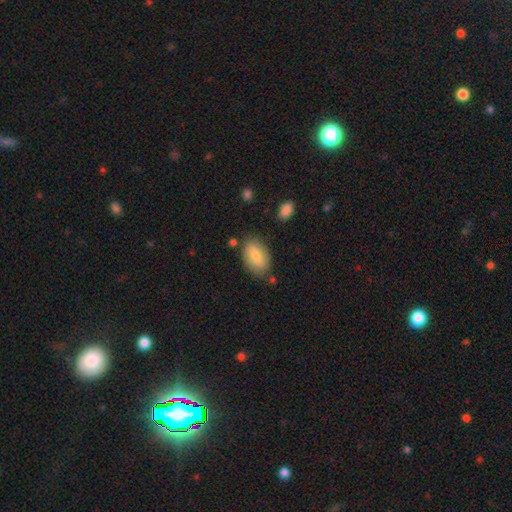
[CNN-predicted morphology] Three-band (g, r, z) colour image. It shows a smooth galaxy with no disk features (75%) that is in between round and cigar-shaped (91%). Merging: none (78%).